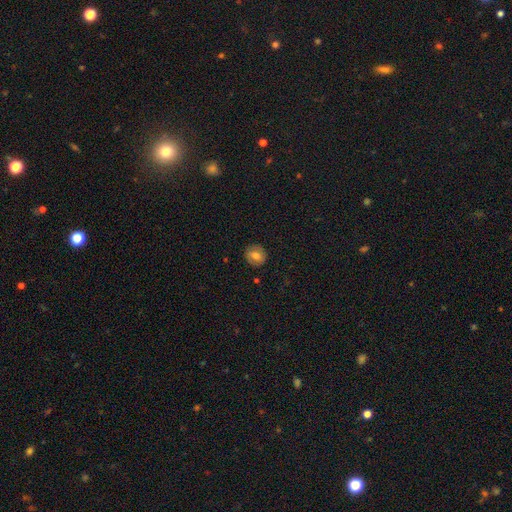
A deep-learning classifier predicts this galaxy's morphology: smooth-or-featured: smooth: 69% | featured or disk: 22% | star or artifact: 9%
  how-rounded: round: 78% | in between: 21% | cigar-shaped: 1%
  merging: none: 87% | minor disturbance: 9% | major disturbance: 3% | merger: 1%